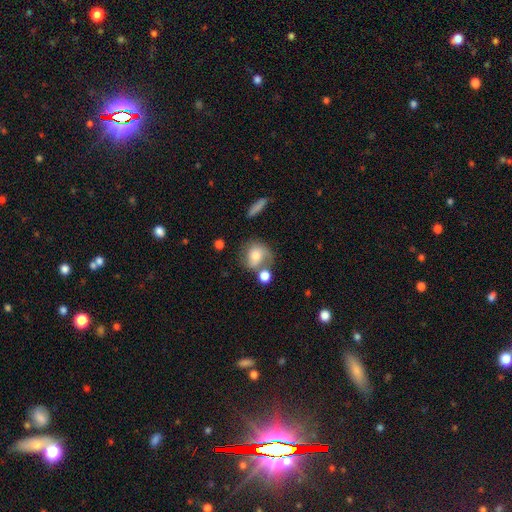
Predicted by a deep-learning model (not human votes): Smooth or featured?
  - smooth: 61% *
  - featured or disk: 30%
  - star or artifact: 9%
How rounded?
  - round: 66% *
  - in between: 33%
  - cigar-shaped: 2%
Merging?
  - none: 39% *
  - merger: 26%
  - minor disturbance: 20%
  - major disturbance: 15%